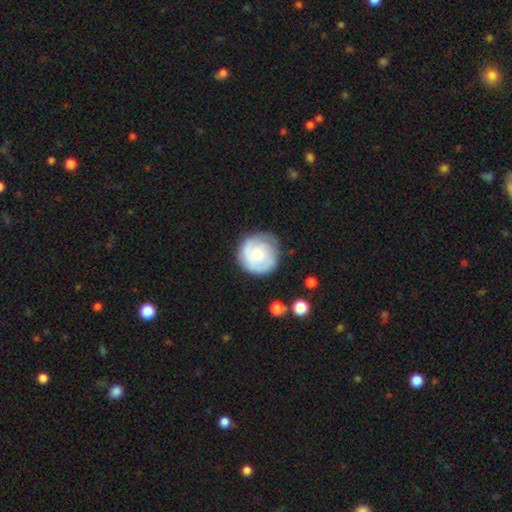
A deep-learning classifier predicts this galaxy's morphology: Smooth or featured: smooth — 57% (featured or disk — 37%)
How rounded: round — 93% (in between — 6%)
Merging: none — 73% (minor disturbance — 18%)